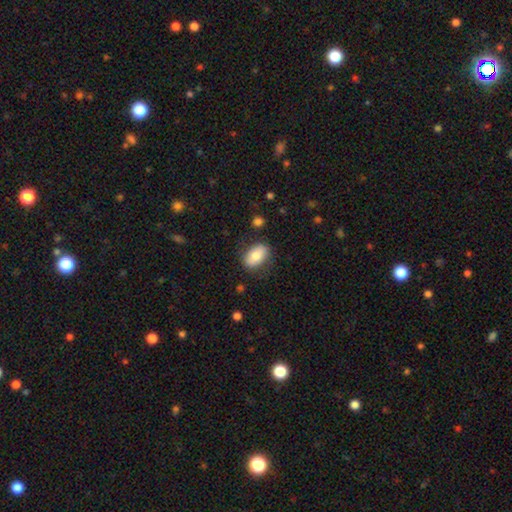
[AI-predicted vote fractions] Overall: smooth (78%). How rounded: in between (88%). Merging: none (76%).